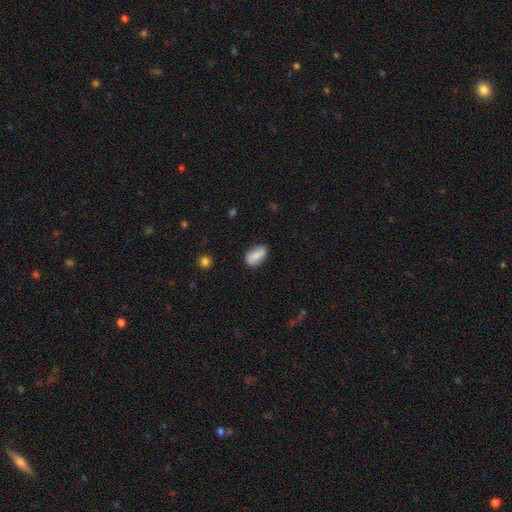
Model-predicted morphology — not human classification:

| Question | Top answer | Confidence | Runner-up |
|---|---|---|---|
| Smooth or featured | smooth | 80% | featured or disk (13%) |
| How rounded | in between | 89% | round (6%) |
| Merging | none | 78% | minor disturbance (17%) |